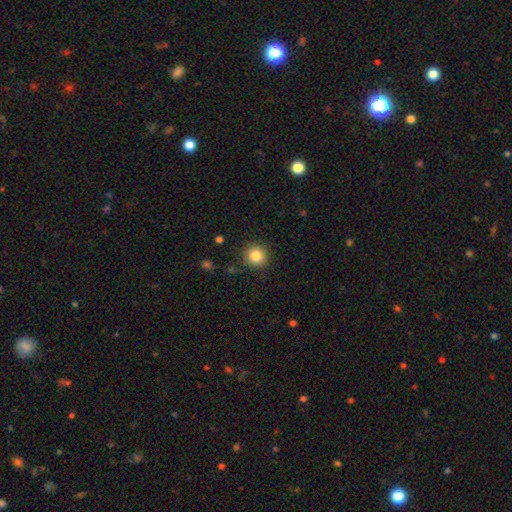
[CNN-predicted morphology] A smooth galaxy with no disk features (85%) that is round (92%).

Vote fractions:
- Smooth or featured? smooth: 85% / star or artifact: 10% / featured or disk: 5%
- How rounded? round: 92% / in between: 7% / cigar-shaped: 1%
- Merging? none: 88% / minor disturbance: 8% / major disturbance: 2% / merger: 1%